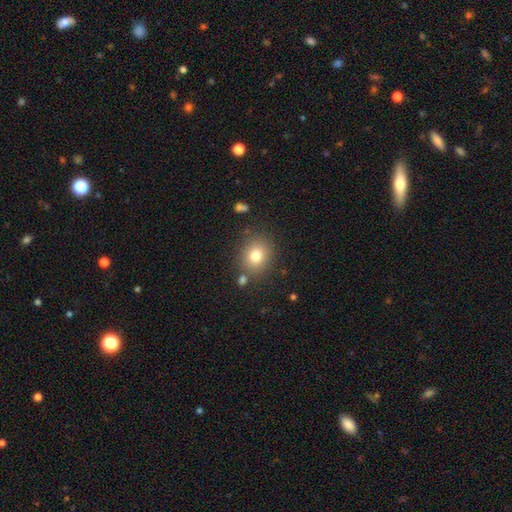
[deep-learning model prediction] This appears to be a smooth galaxy with no disk features (78%) that is round (69%). Merging: none (80%).